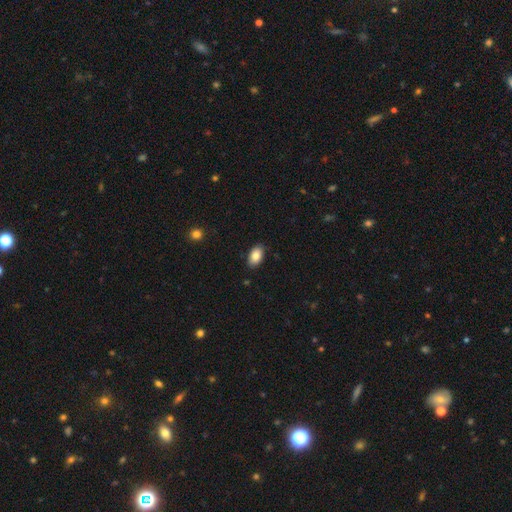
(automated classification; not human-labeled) Smooth or featured: smooth — 84% (featured or disk — 9%)
How rounded: in between — 93% (round — 6%)
Merging: none — 87% (minor disturbance — 10%)